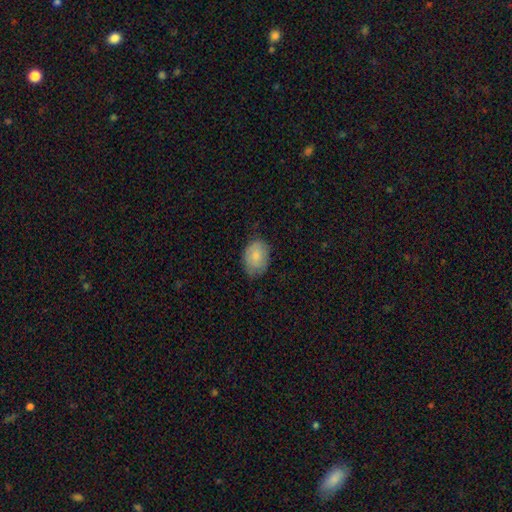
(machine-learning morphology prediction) Overall: smooth (80%). How rounded: in between (76%). Merging: none (69%).